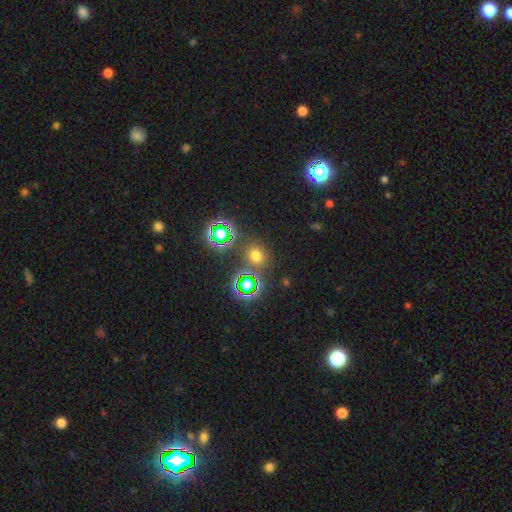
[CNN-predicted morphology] smooth_or_featured: smooth (p=0.55) [alt: star or artifact p=0.38]
how_rounded: round (p=0.79) [alt: in between p=0.20]
merging: none (p=0.81) [alt: minor disturbance p=0.08]